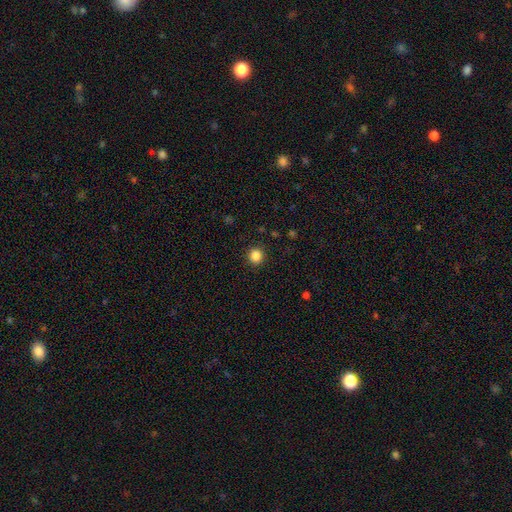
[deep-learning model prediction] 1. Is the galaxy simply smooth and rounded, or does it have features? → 85% smooth, 11% star or artifact, 3% featured or disk.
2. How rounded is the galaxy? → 93% round, 6% in between, 1% cigar-shaped.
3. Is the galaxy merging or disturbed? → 92% none, 5% minor disturbance, 2% major disturbance, 1% merger.